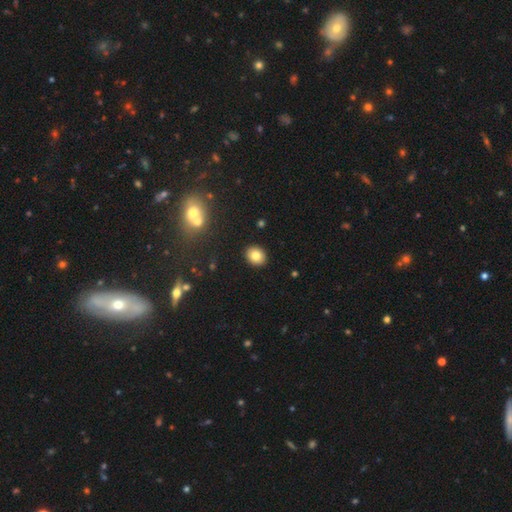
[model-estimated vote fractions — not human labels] A smooth galaxy with no disk features (81%) that is round (59%).

Vote fractions:
- Smooth or featured? smooth: 81% / star or artifact: 10% / featured or disk: 9%
- How rounded? round: 59% / in between: 40% / cigar-shaped: 1%
- Merging? none: 91% / minor disturbance: 6% / major disturbance: 2% / merger: 1%